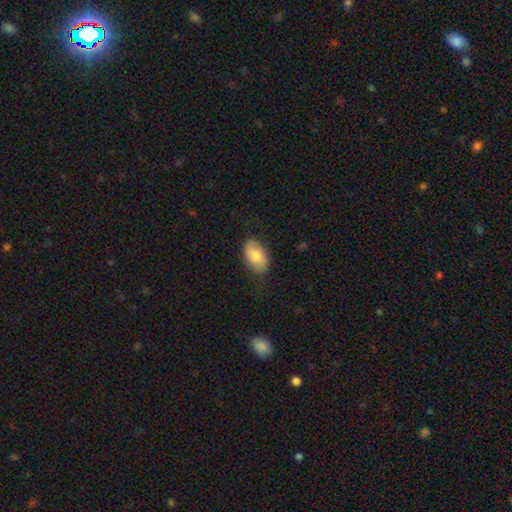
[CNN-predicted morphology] Smooth or featured?
  - smooth: 73% *
  - featured or disk: 20%
  - star or artifact: 6%
How rounded?
  - in between: 92% *
  - round: 6%
  - cigar-shaped: 1%
Merging?
  - none: 82% *
  - minor disturbance: 14%
  - major disturbance: 3%
  - merger: 1%